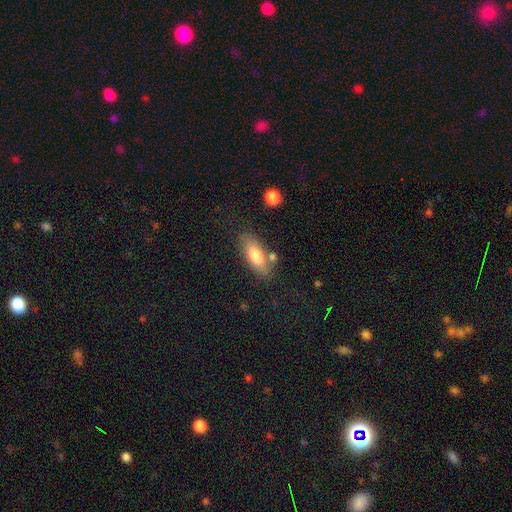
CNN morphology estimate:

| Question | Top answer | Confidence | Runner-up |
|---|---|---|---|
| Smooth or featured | smooth | 75% | featured or disk (18%) |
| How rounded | in between | 71% | cigar-shaped (27%) |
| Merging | none | 73% | minor disturbance (15%) |